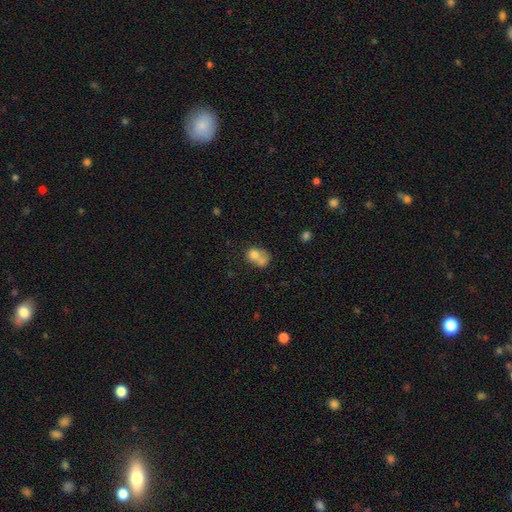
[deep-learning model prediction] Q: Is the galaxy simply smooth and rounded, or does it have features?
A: smooth — 71%.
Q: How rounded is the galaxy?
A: round — 51%.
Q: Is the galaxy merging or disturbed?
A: merger — 59%.